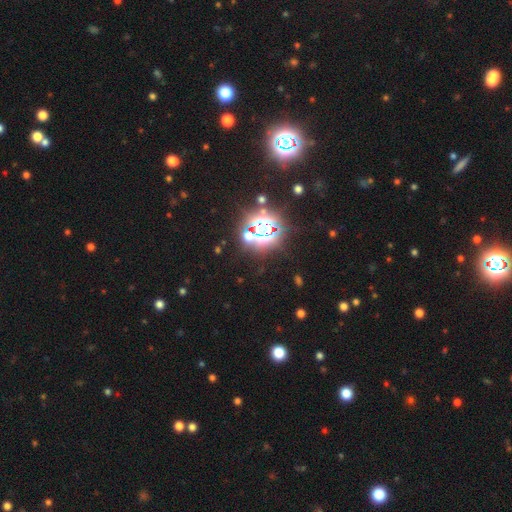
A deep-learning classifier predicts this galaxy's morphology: A star or artifact, not a galaxy (83%).